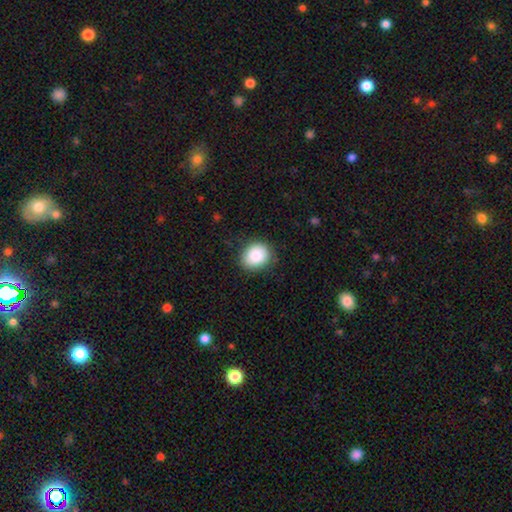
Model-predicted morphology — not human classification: smooth 86%, star or artifact 8%, featured or disk 6%. Down the decision tree: how rounded — round (58%); merging — none (85%).